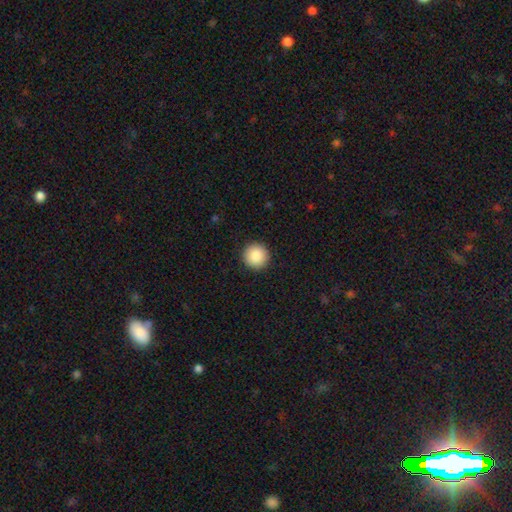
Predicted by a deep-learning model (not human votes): A smooth galaxy with no disk features (89%) that is round (96%). Merging: none (93%).